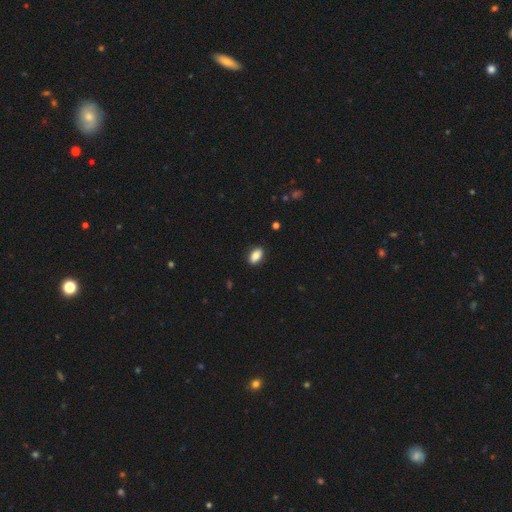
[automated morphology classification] Q: Smooth or featured?
A: smooth (88%); runner-up: star or artifact (8%)
Q: How rounded?
A: in between (91%); runner-up: round (7%)
Q: Merging?
A: none (88%); runner-up: minor disturbance (9%)